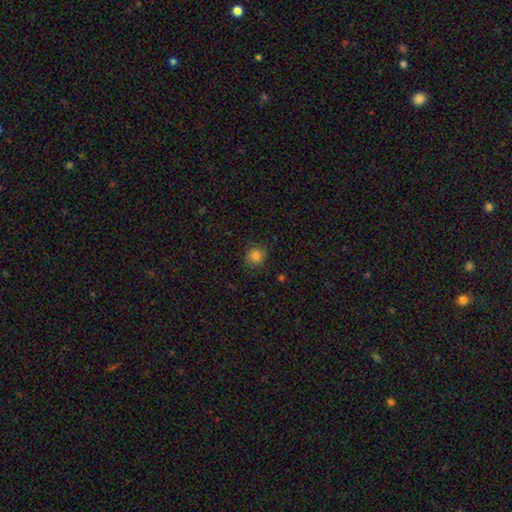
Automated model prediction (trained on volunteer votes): A smooth galaxy with no disk features (83%) that is round (84%). Merging: none (80%).